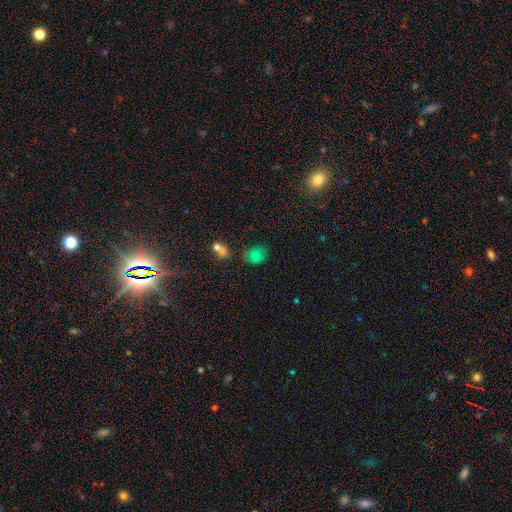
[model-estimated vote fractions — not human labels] Smooth or featured? smooth (66%)
How rounded? round (53%)
Merging? none (59%)